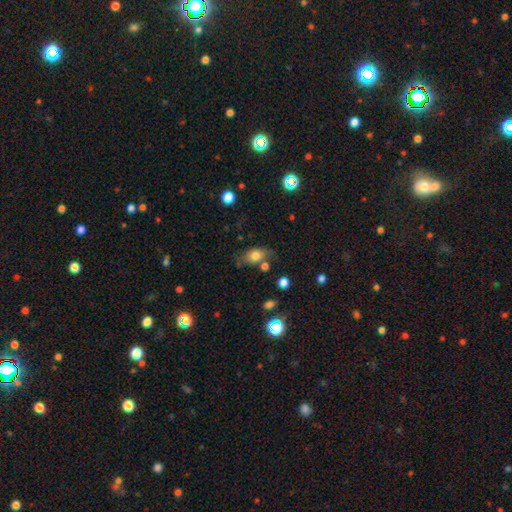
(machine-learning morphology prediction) Smooth or featured?
  - smooth: 73% *
  - featured or disk: 17%
  - star or artifact: 9%
How rounded?
  - in between: 80% *
  - round: 15%
  - cigar-shaped: 6%
Merging?
  - none: 62% *
  - minor disturbance: 20%
  - merger: 11%
  - major disturbance: 7%